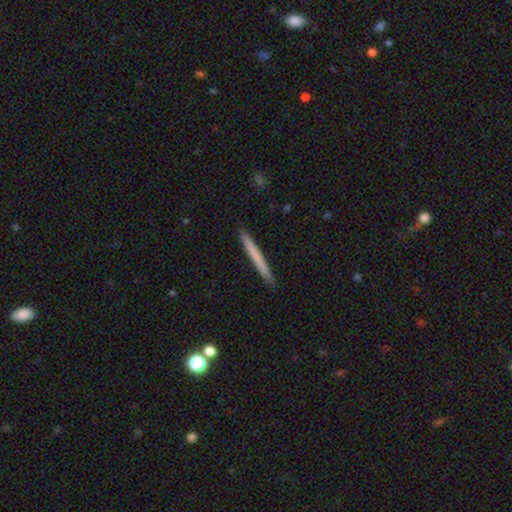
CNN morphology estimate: smooth_or_featured: smooth (p=0.65) [alt: featured or disk p=0.29]
how_rounded: cigar-shaped (p=0.97) [alt: in between p=0.02]
merging: none (p=0.92) [alt: minor disturbance p=0.06]